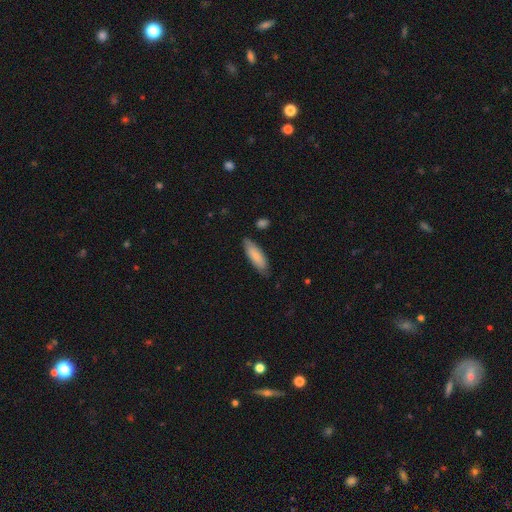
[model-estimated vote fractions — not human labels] Q: Smooth or featured?
A: smooth (82%); runner-up: featured or disk (13%)
Q: How rounded?
A: in between (54%); runner-up: cigar-shaped (44%)
Q: Merging?
A: none (78%); runner-up: minor disturbance (17%)